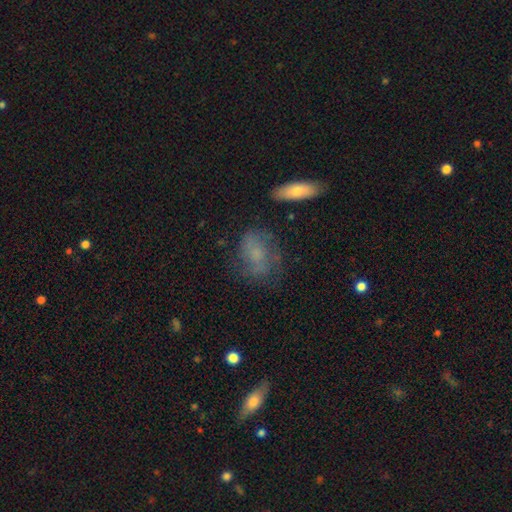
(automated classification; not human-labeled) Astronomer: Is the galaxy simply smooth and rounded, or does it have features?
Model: smooth — 44% (runner-up: featured or disk, 41%).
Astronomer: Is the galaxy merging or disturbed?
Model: none — 59%.